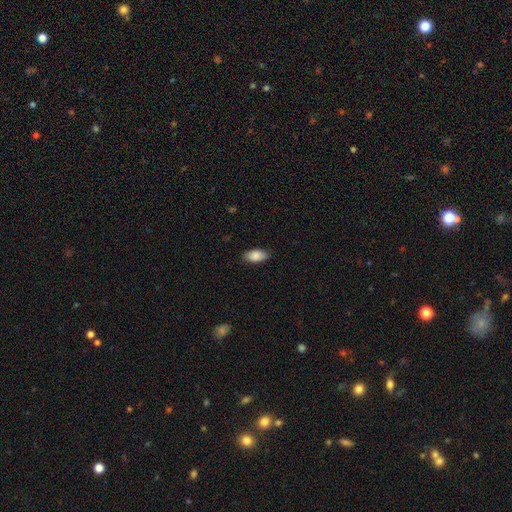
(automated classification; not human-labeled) Overall: smooth (87%). How rounded: in between (91%). Merging: none (83%).